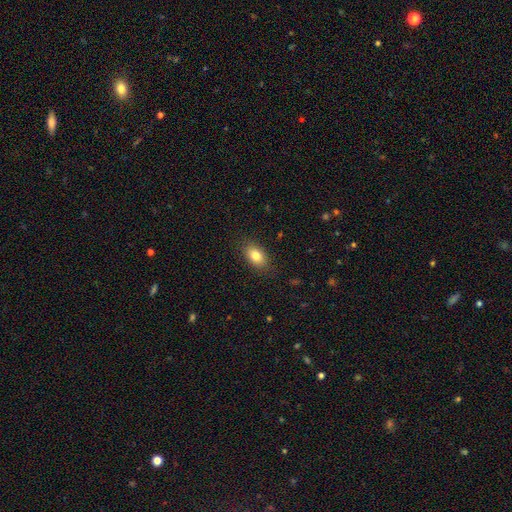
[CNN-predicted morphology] type=smooth (82%); roundness=in between (88%); merging=none (86%).